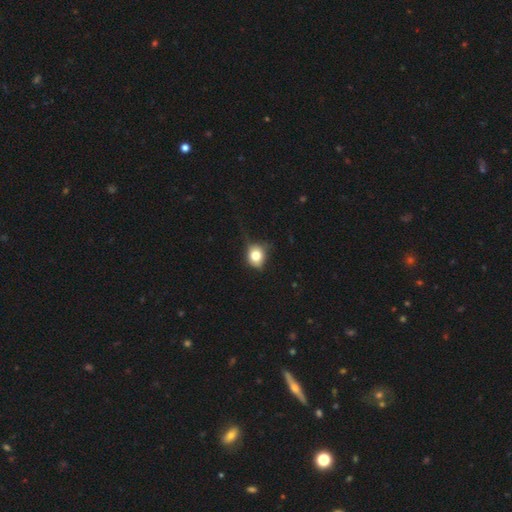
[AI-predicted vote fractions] Smooth or featured: smooth — 73% (featured or disk — 15%)
How rounded: round — 69% (in between — 30%)
Merging: none — 58% (minor disturbance — 30%)